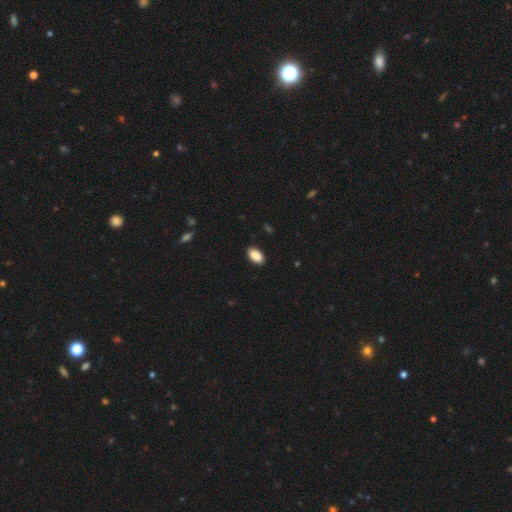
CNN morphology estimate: smooth 89%, star or artifact 7%, featured or disk 4%. Down the decision tree: how rounded — in between (94%); merging — none (90%).